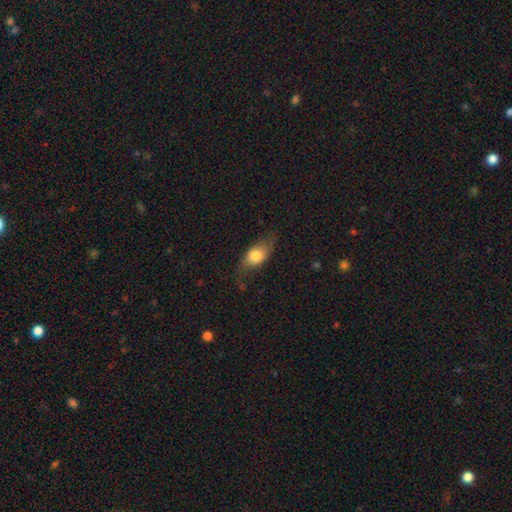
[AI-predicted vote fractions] Morphology: type=smooth (66%); roundness=in between (77%); merging=none (60%).